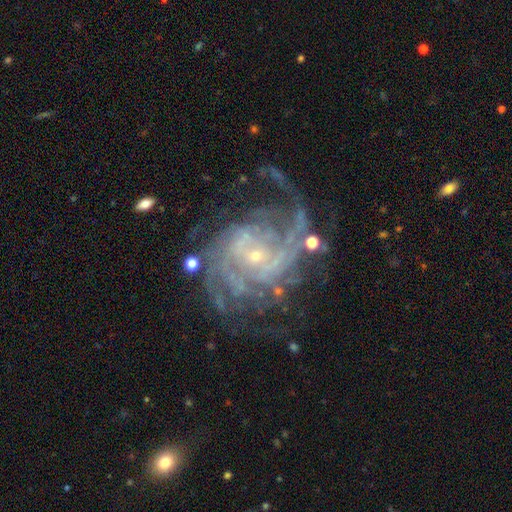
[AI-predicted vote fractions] This is clearly a featured or disk galaxy (89%). It is clearly not viewed edge-on (98%). Bar: likely no (60%). Spiral arm pattern: clearly yes (96%). Spiral arm count: marginally can't tell (28%). Spiral winding: marginally tight (44%). Central bulge: clearly small (85%). Merging: possibly none (58%).